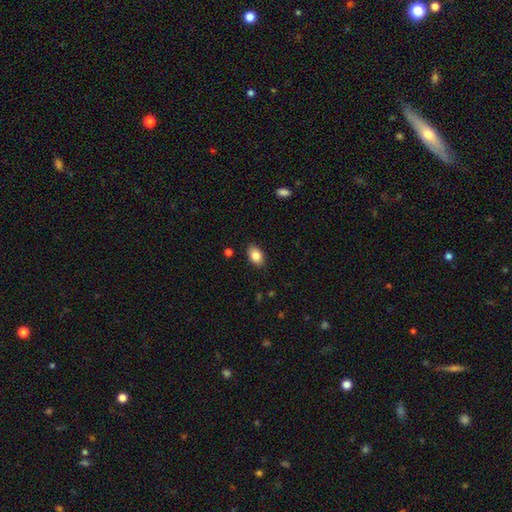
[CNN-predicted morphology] Smooth or featured? Predicted: smooth (p=0.85). How rounded? Predicted: in between (p=0.87). Merging? Predicted: none (p=0.87).